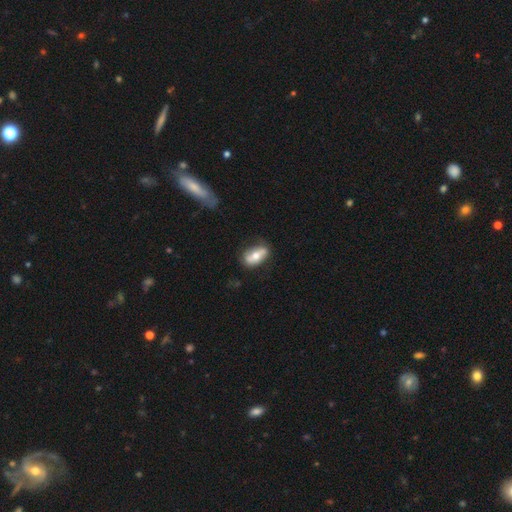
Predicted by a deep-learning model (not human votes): Smooth or featured? Predicted: smooth (p=0.50). Merging? Predicted: none (p=0.74).